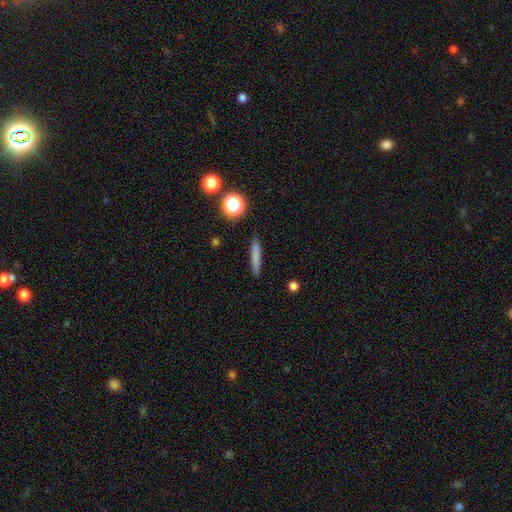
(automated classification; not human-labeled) A smooth galaxy with no disk features (74%) that is cigar-shaped (91%). Merging: none (87%).